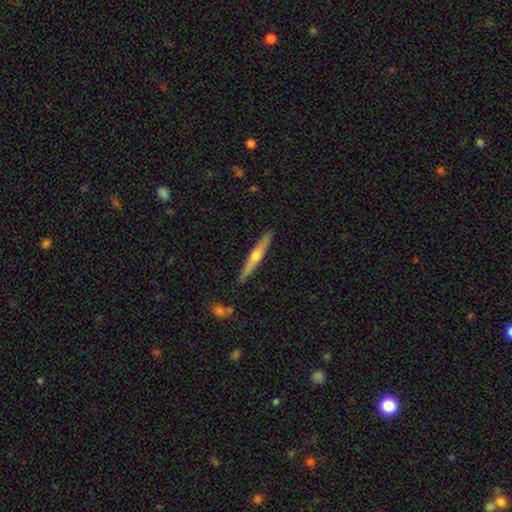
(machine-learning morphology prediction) Overall: featured or disk (62%; smooth 32%). Edge-on disk: yes (97%). Edge-on bulge: rounded (87%). Merging: none (90%).